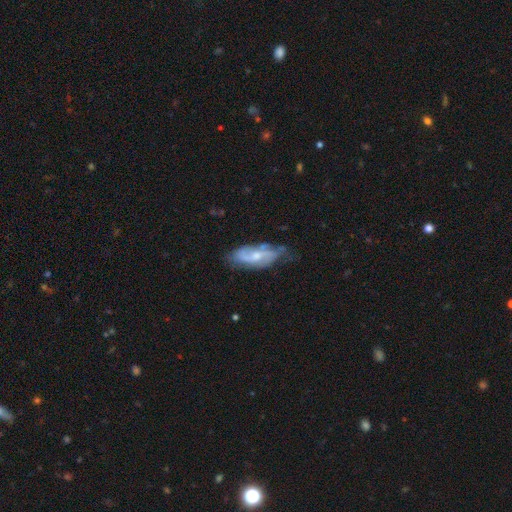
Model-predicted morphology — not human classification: type=featured or disk (69%); edge-on=no (90%); bar=no (47%); spiral arms=yes (86%); winding=medium (43%); arm count=2 (69%); bulge=moderate (49%); merging=none (56%).